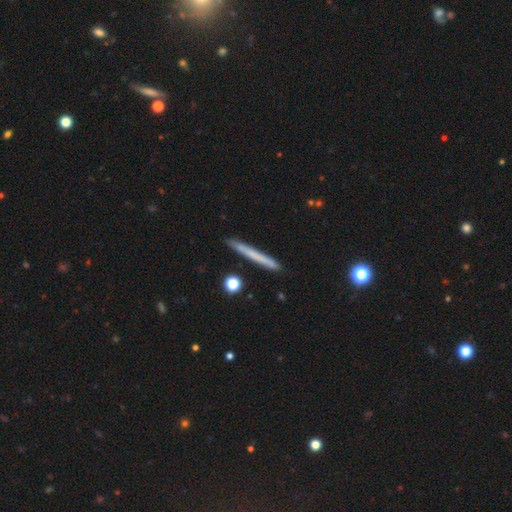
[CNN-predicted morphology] A smooth galaxy with no disk features (60%) that is cigar-shaped (97%). Merging: none (89%).